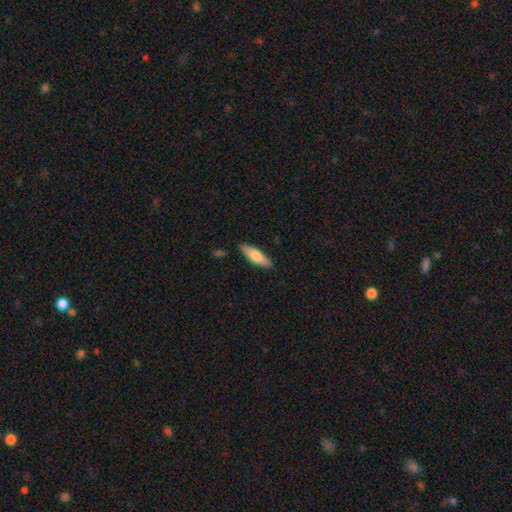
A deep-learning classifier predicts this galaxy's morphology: Smooth or featured? smooth (67%)
How rounded? cigar-shaped (51%)
Merging? none (87%)